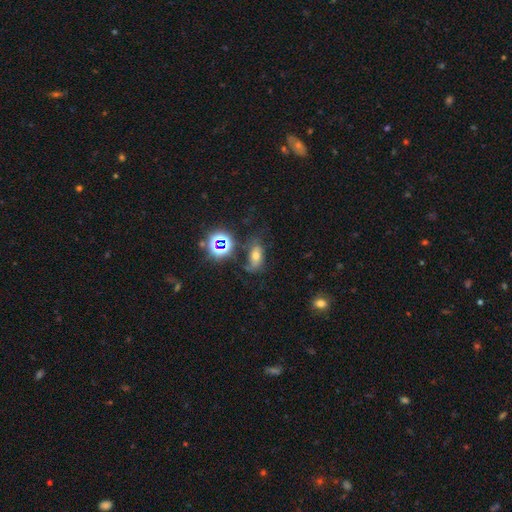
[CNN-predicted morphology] The model was most divided on "smooth or featured": smooth: 51%, star or artifact: 26%, featured or disk: 23%. More confident: how rounded — in between (82%); merging — none (54%).